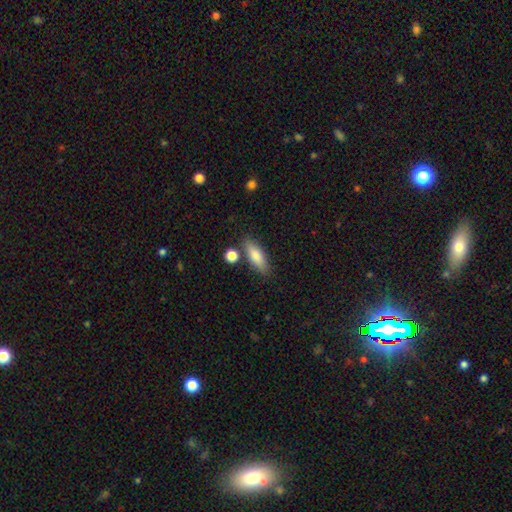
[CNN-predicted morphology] A smooth galaxy with no disk features (81%) that is in between round and cigar-shaped (61%).

Vote fractions:
- Smooth or featured? smooth: 81% / featured or disk: 12% / star or artifact: 7%
- How rounded? in between: 61% / cigar-shaped: 36% / round: 3%
- Merging? none: 77% / minor disturbance: 13% / merger: 8% / major disturbance: 3%